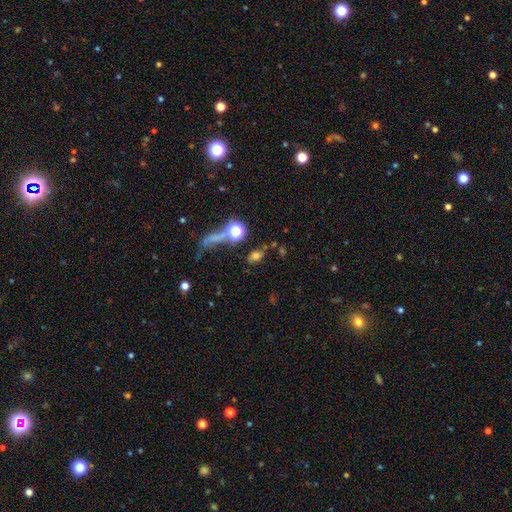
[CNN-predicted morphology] This appears to be a smooth galaxy with no disk features (64%) that is in between round and cigar-shaped (64%). Merging: none (64%).